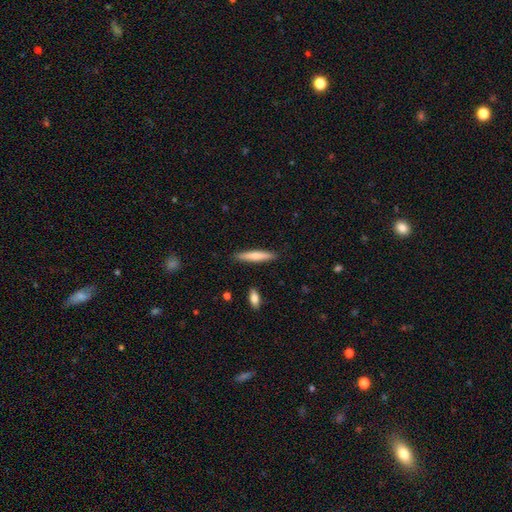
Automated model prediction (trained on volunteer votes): Morphology: type=smooth (71%); roundness=cigar-shaped (91%); merging=none (89%).